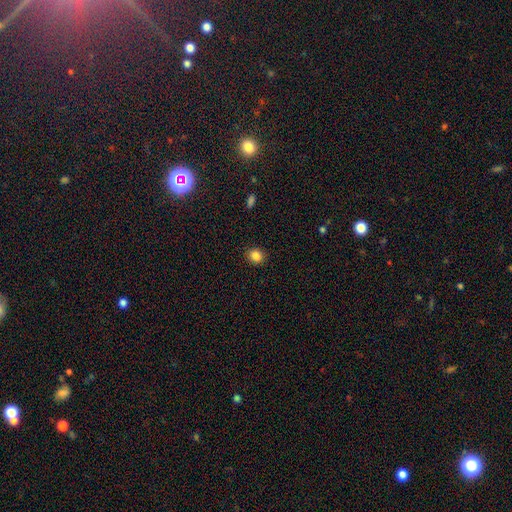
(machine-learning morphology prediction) A smooth galaxy with no disk features (85%) that is round (73%). Merging: none (90%).